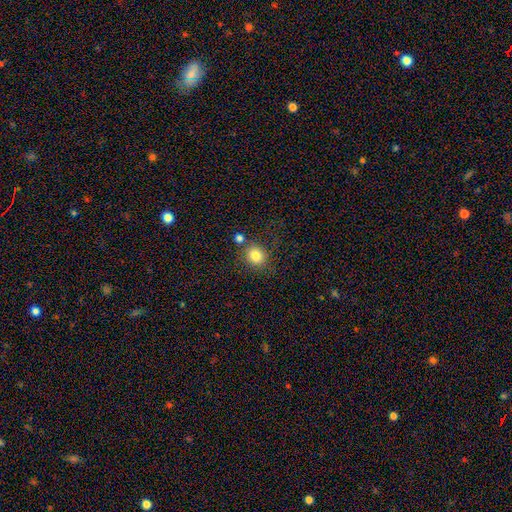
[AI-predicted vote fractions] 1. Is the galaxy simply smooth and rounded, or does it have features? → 81% smooth, 12% star or artifact, 7% featured or disk.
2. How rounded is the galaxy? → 79% round, 20% in between, 1% cigar-shaped.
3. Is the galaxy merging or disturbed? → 71% none, 12% merger, 12% minor disturbance, 5% major disturbance.